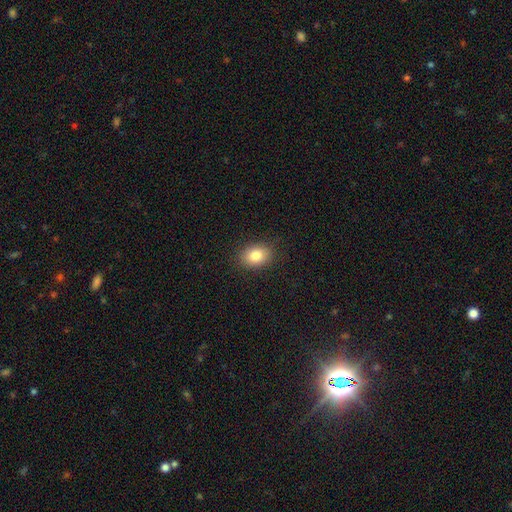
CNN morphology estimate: smooth-or-featured: smooth: 83% | star or artifact: 9% | featured or disk: 8%
  how-rounded: in between: 68% | round: 31% | cigar-shaped: 1%
  merging: none: 87% | minor disturbance: 9% | major disturbance: 3% | merger: 1%